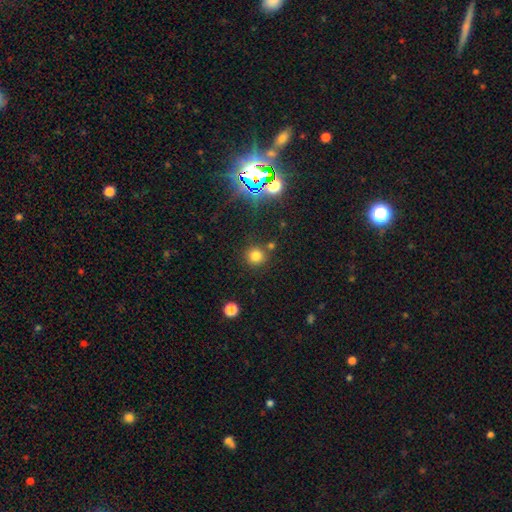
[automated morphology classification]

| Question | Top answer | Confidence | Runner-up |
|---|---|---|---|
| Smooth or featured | smooth | 75% | star or artifact (19%) |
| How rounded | round | 93% | in between (6%) |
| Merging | none | 81% | merger (8%) |